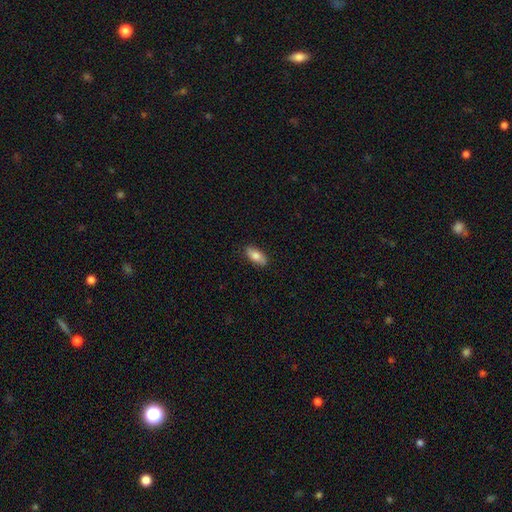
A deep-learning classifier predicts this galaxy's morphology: smooth_or_featured: smooth (p=0.78) [alt: featured or disk p=0.16]
how_rounded: in between (p=0.83) [alt: cigar-shaped p=0.14]
merging: none (p=0.87) [alt: minor disturbance p=0.10]